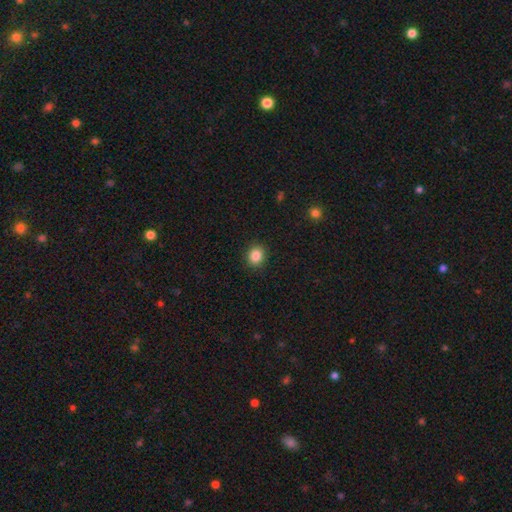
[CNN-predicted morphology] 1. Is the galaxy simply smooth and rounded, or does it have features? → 86% smooth, 10% star or artifact, 4% featured or disk.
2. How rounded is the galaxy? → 71% round, 28% in between, 1% cigar-shaped.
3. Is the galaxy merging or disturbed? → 90% none, 7% minor disturbance, 2% major disturbance, 1% merger.